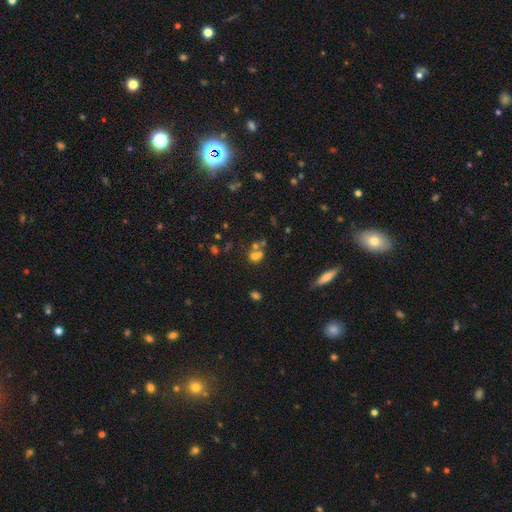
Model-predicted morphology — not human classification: This is possibly a smooth galaxy (57%). How rounded: likely round (70%). Merging: possibly merger (51%).